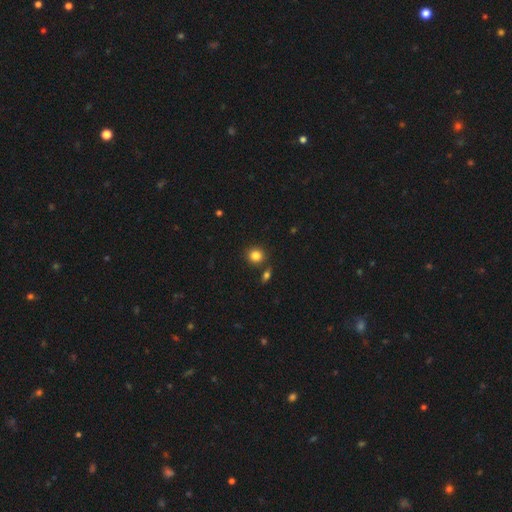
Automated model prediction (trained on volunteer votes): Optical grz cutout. It shows a smooth galaxy with no disk features (83%) that is round (87%). Merging: none (80%).